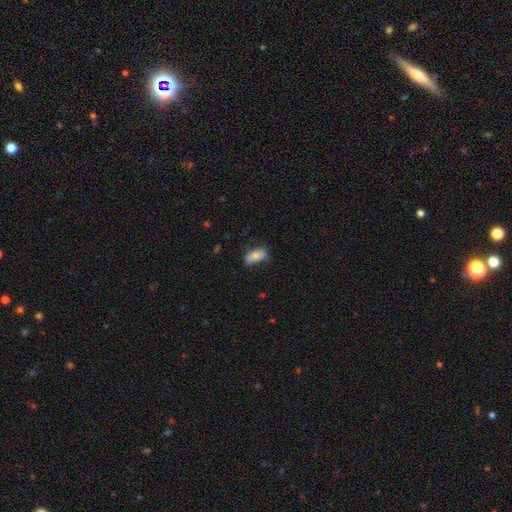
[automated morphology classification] smooth-or-featured: smooth: 73% | featured or disk: 20% | star or artifact: 7%
  how-rounded: in between: 88% | cigar-shaped: 8% | round: 4%
  merging: none: 64% | minor disturbance: 27% | major disturbance: 6% | merger: 3%